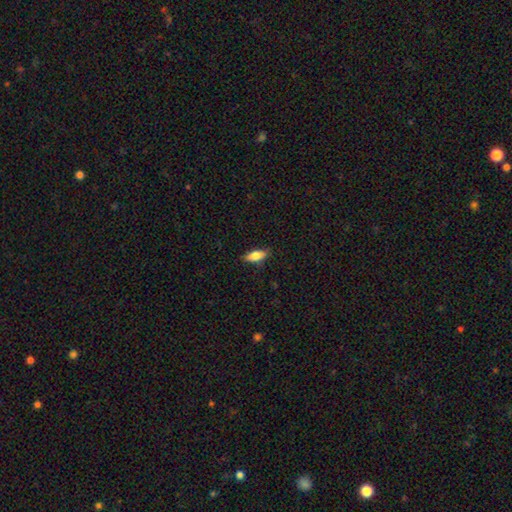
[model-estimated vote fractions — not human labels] smooth-or-featured: smooth: 77% | featured or disk: 16% | star or artifact: 7%
  how-rounded: in between: 76% | cigar-shaped: 22% | round: 3%
  merging: none: 85% | minor disturbance: 12% | major disturbance: 2% | merger: 1%